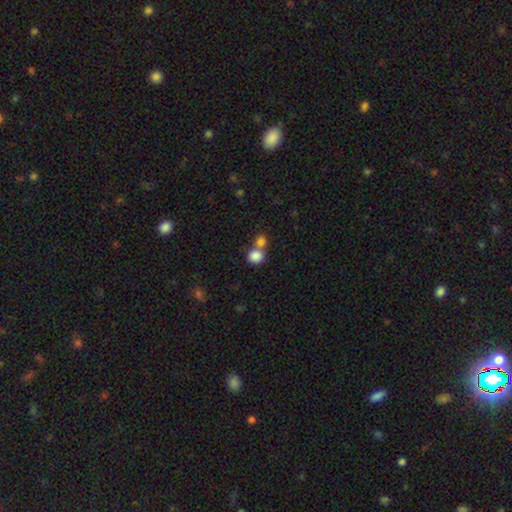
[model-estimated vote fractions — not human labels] A smooth galaxy with no disk features (84%) that is round (77%).

Vote fractions:
- Smooth or featured? smooth: 84% / star or artifact: 9% / featured or disk: 6%
- How rounded? round: 77% / in between: 21% / cigar-shaped: 1%
- Merging? merger: 46% / none: 43% / minor disturbance: 8% / major disturbance: 3%